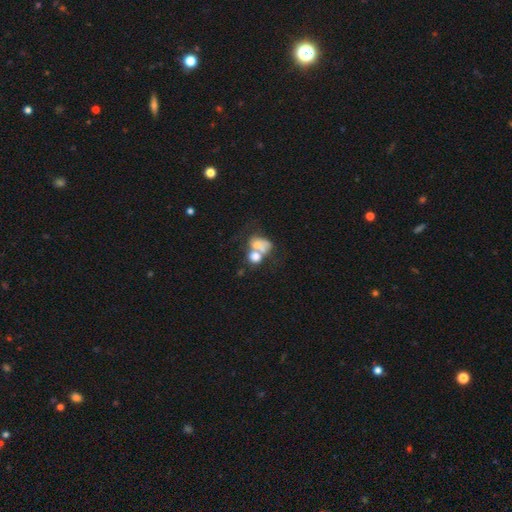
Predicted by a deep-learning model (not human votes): This appears to be a smooth galaxy with no disk features (48%). Merging: merger (51%).